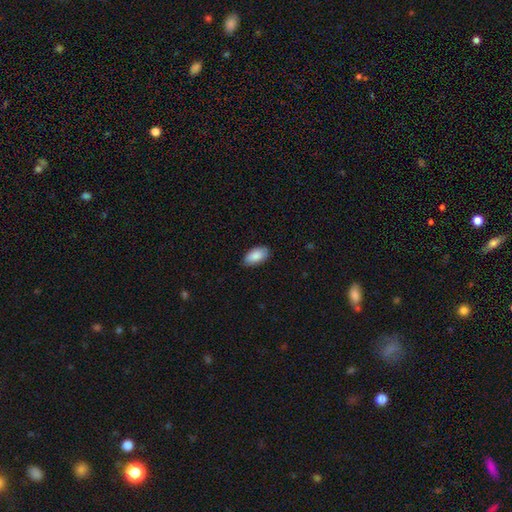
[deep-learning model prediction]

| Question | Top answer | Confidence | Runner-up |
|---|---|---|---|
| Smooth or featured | smooth | 88% | featured or disk (6%) |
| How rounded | in between | 95% | round (3%) |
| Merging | none | 86% | minor disturbance (12%) |